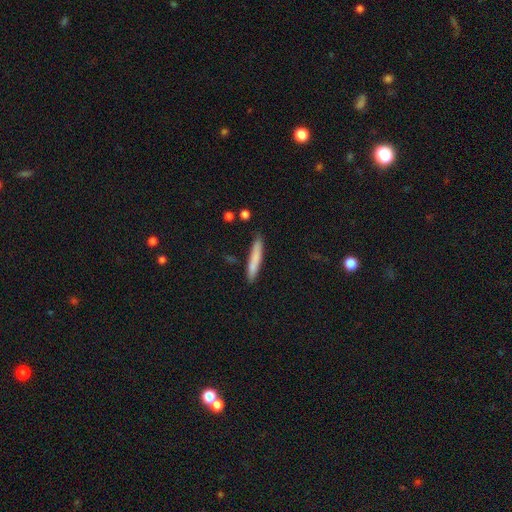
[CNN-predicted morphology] type=smooth (77%); roundness=cigar-shaped (93%); merging=none (84%).